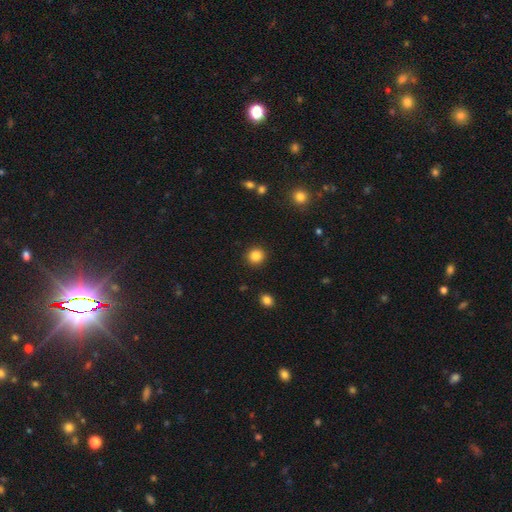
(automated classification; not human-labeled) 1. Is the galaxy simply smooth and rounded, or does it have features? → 85% smooth, 11% star or artifact, 4% featured or disk.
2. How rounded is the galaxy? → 92% round, 7% in between, 1% cigar-shaped.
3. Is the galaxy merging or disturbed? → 91% none, 5% minor disturbance, 2% major disturbance, 1% merger.